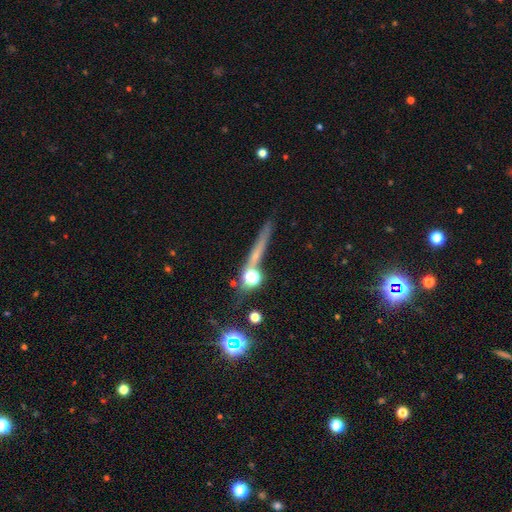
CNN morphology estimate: A smooth galaxy with no disk features (40%). Merging: none (71%).